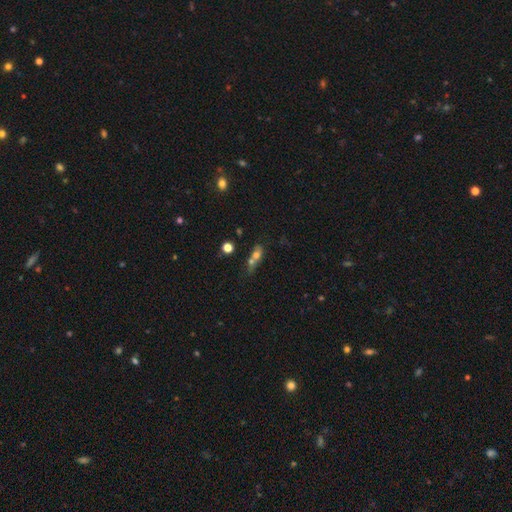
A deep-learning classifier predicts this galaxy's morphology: Overall: smooth (58%; featured or disk 25%). How rounded: in between (49%; round 32%). Merging: merger (52%; none 27%).